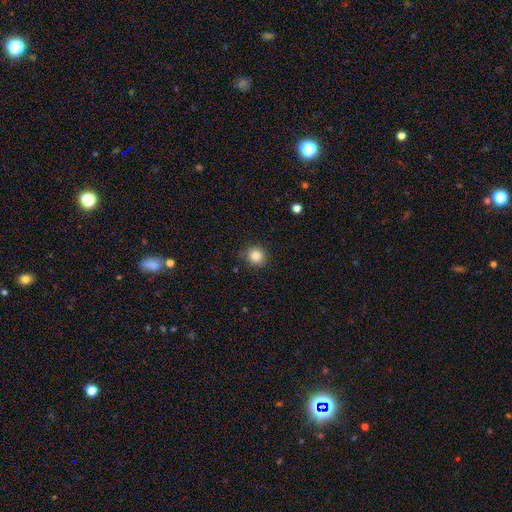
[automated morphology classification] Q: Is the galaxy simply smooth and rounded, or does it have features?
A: smooth — 85%.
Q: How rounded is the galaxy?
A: round — 90%.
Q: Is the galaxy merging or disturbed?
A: none — 85%.